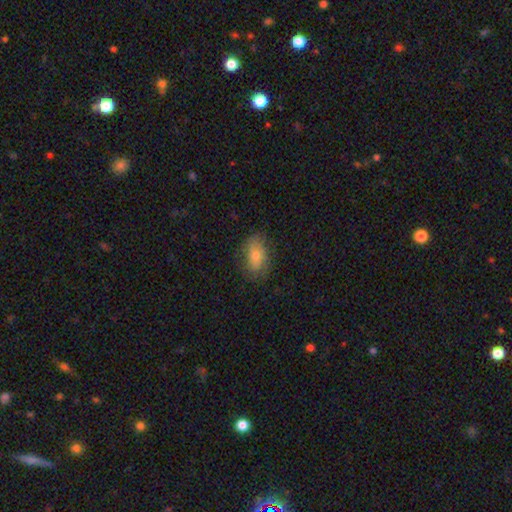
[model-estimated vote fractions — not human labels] Smooth or featured? smooth (71%)
How rounded? in between (87%)
Merging? none (75%)